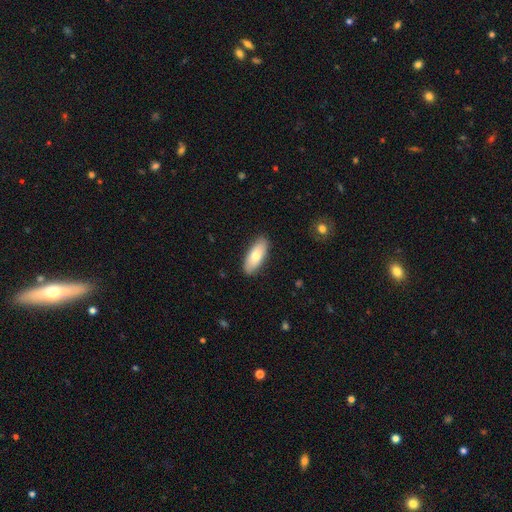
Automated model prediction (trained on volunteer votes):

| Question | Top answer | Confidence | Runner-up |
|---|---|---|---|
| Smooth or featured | smooth | 72% | featured or disk (22%) |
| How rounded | in between | 80% | cigar-shaped (18%) |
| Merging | none | 88% | minor disturbance (9%) |